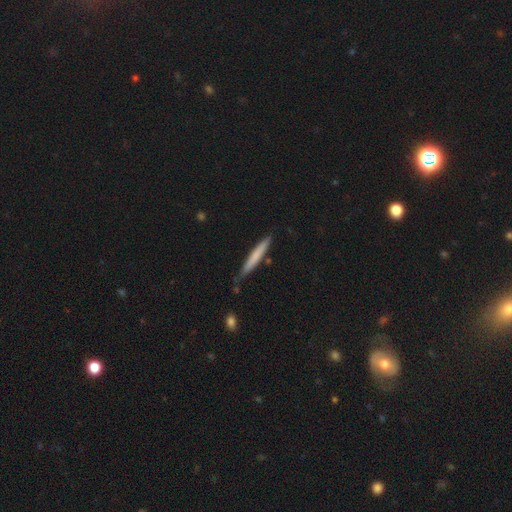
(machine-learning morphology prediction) smooth 68%, featured or disk 27%, star or artifact 5%. Down the decision tree: how rounded — cigar-shaped (96%); merging — none (76%).